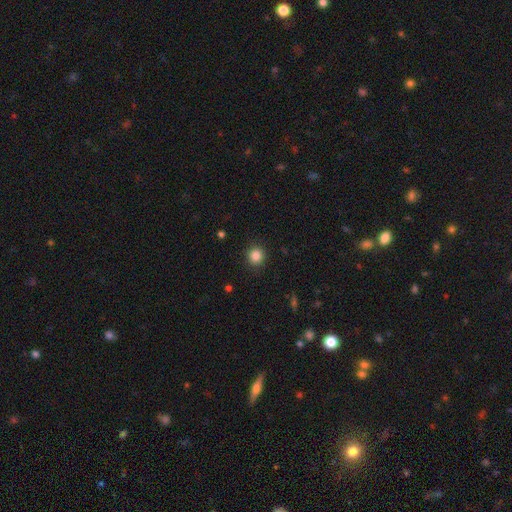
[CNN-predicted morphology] This appears to be a smooth galaxy with no disk features (85%) that is round (92%). Merging: none (91%).